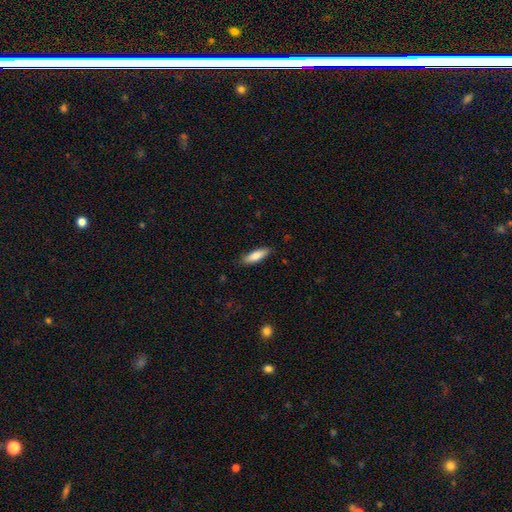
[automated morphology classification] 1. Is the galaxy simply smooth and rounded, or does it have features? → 79% smooth, 15% featured or disk, 6% star or artifact.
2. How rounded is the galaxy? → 52% cigar-shaped, 46% in between, 2% round.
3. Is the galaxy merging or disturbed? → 86% none, 11% minor disturbance, 2% major disturbance, 1% merger.